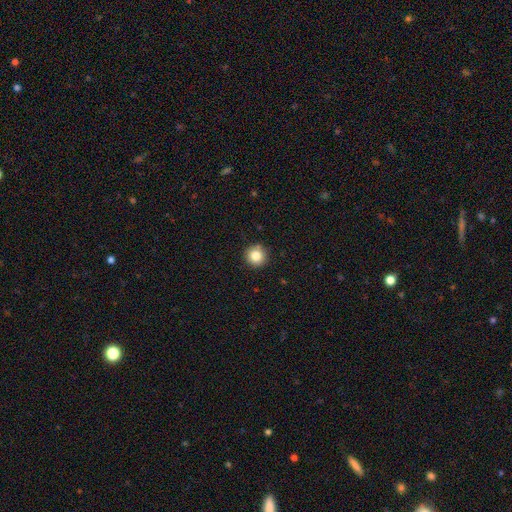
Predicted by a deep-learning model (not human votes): smooth 83%, star or artifact 10%, featured or disk 7%. Down the decision tree: how rounded — round (95%); merging — none (90%).